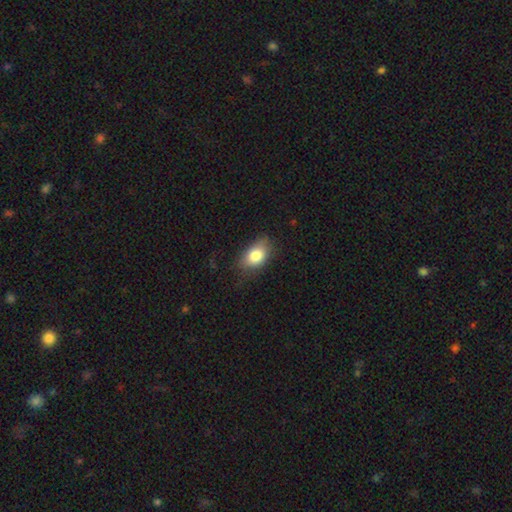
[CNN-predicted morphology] Smooth or featured?
  - smooth: 81% *
  - featured or disk: 11%
  - star or artifact: 8%
How rounded?
  - in between: 84% *
  - round: 14%
  - cigar-shaped: 2%
Merging?
  - none: 68% *
  - minor disturbance: 25%
  - major disturbance: 6%
  - merger: 1%